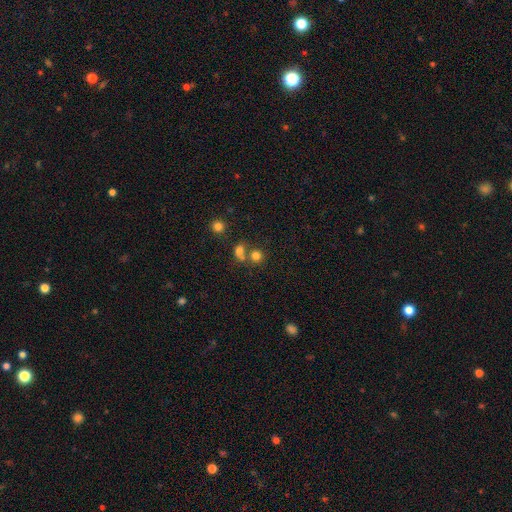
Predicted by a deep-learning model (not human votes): Smooth or featured? smooth (75%)
How rounded? round (84%)
Merging? none (51%)